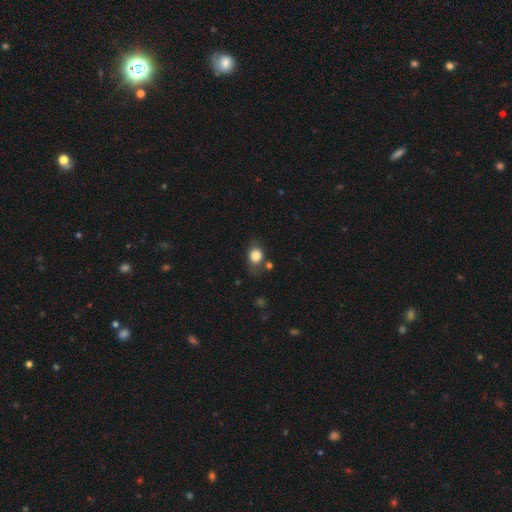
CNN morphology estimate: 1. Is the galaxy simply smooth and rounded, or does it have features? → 83% smooth, 10% star or artifact, 7% featured or disk.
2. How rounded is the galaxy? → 55% round, 44% in between, 1% cigar-shaped.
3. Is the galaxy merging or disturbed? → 66% none, 20% minor disturbance, 7% major disturbance, 7% merger.